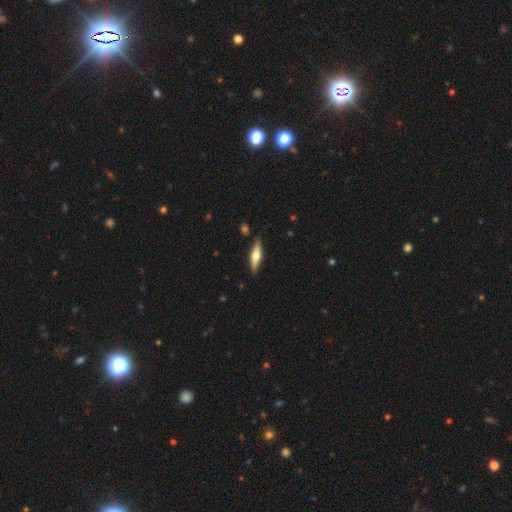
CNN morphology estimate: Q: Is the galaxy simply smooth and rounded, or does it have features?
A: featured or disk — 58%.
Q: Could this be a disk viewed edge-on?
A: yes — 94%.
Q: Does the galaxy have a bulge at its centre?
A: rounded — 93%.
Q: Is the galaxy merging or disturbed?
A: none — 87%.